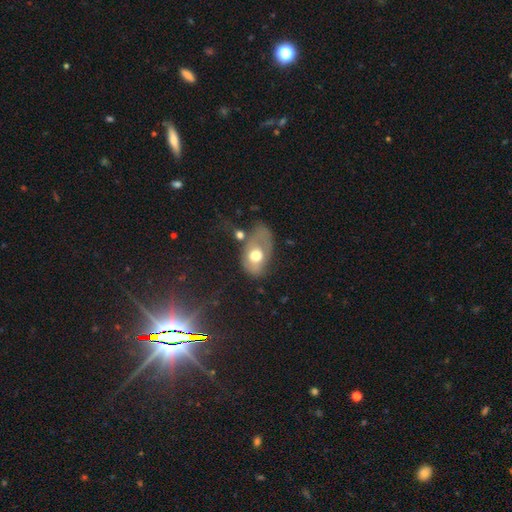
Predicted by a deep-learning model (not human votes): Q: Smooth or featured?
A: smooth (58%); runner-up: featured or disk (34%)
Q: How rounded?
A: in between (83%); runner-up: round (15%)
Q: Merging?
A: major disturbance (34%); runner-up: minor disturbance (28%)